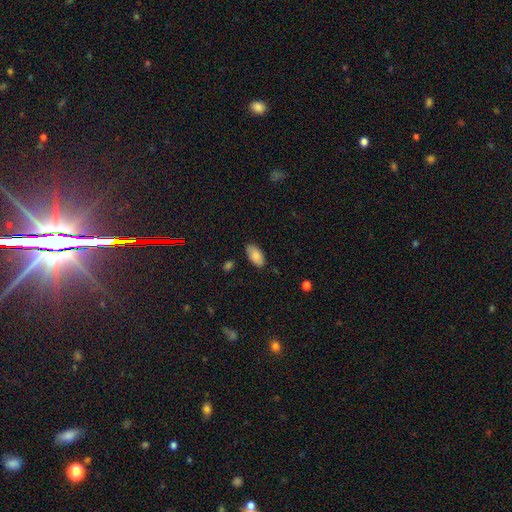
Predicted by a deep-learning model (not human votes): Smooth or featured? Predicted: smooth (p=0.84). How rounded? Predicted: in between (p=0.94). Merging? Predicted: none (p=0.84).